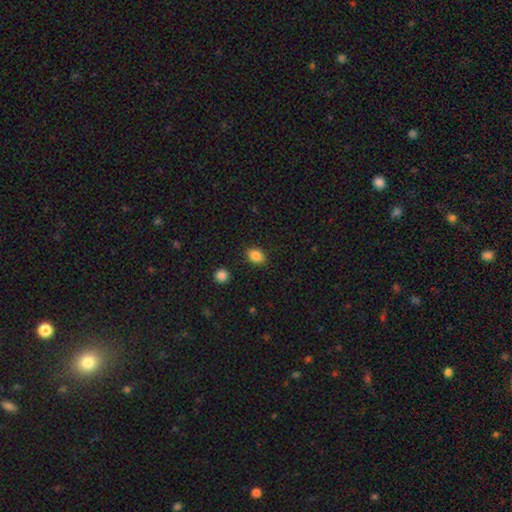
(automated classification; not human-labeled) smooth-or-featured: smooth: 85% | star or artifact: 9% | featured or disk: 5%
  how-rounded: in between: 71% | round: 28% | cigar-shaped: 1%
  merging: none: 87% | minor disturbance: 9% | major disturbance: 2% | merger: 2%